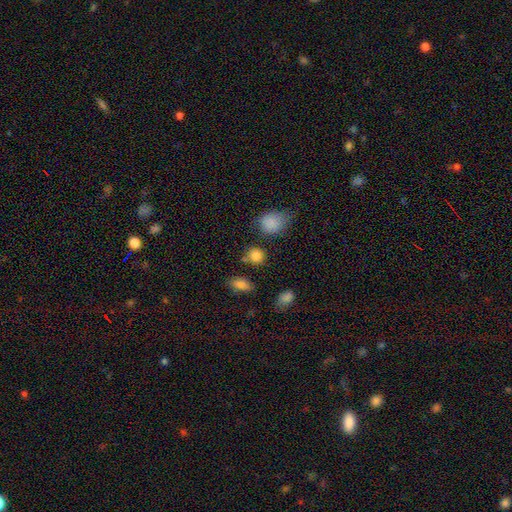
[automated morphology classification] Smooth or featured?
  - smooth: 83% *
  - star or artifact: 12%
  - featured or disk: 5%
How rounded?
  - round: 75% *
  - in between: 23%
  - cigar-shaped: 1%
Merging?
  - none: 73% *
  - minor disturbance: 13%
  - merger: 10%
  - major disturbance: 5%